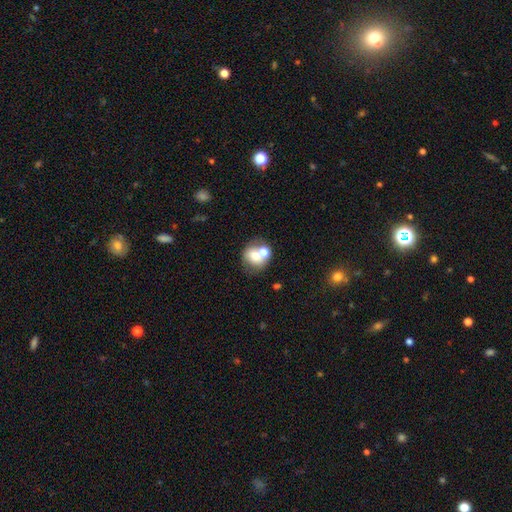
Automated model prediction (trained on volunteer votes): smooth 65%, featured or disk 24%, star or artifact 11%. Down the decision tree: how rounded — round (70%); merging — merger (42%).